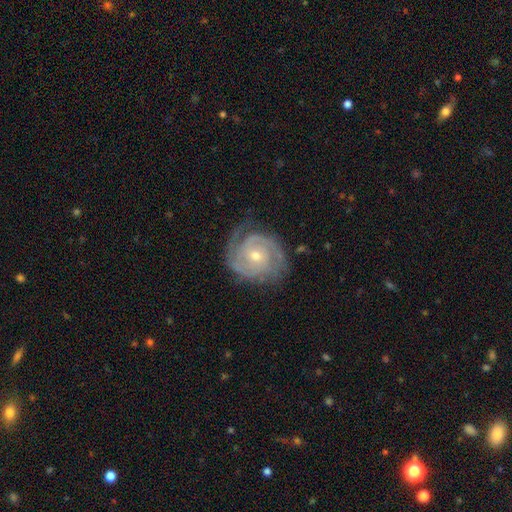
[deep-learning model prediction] smooth_or_featured: featured or disk (p=0.89) [alt: smooth p=0.06]
disk_edge_on: no (p=0.98) [alt: yes p=0.02]
bar: no (p=0.66) [alt: weak p=0.27]
has_spiral_arms: yes (p=0.97) [alt: no p=0.03]
spiral_winding: tight (p=0.68) [alt: medium p=0.27]
spiral_arm_count: 2 (p=0.58) [alt: 3 p=0.18]
bulge_size: small (p=0.54) [alt: moderate p=0.43]
merging: none (p=0.76) [alt: minor disturbance p=0.17]